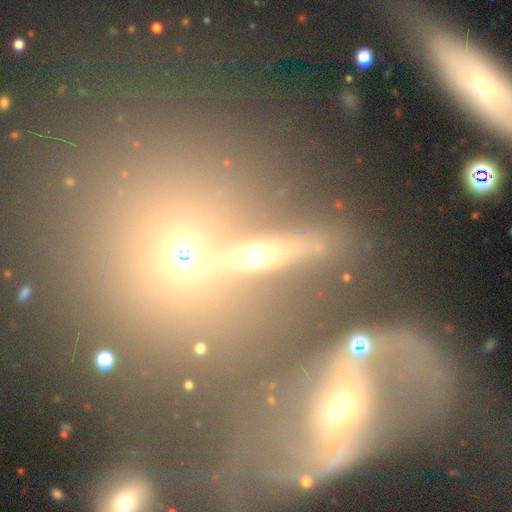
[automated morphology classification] Overall: smooth (42%; featured or disk 38%). Merging: none (52%; merger 28%).